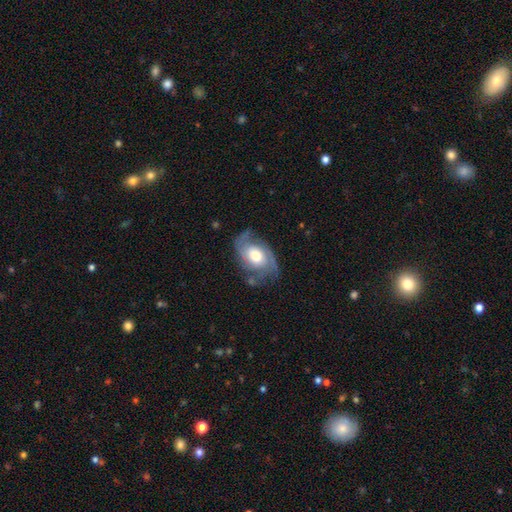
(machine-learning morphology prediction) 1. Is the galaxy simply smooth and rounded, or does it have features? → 76% featured or disk, 18% smooth, 6% star or artifact.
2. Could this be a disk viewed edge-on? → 96% no, 4% yes.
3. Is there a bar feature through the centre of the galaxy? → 67% no, 27% weak, 6% strong.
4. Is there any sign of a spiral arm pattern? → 90% yes, 10% no.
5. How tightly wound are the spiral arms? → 44% medium, 32% tight, 23% loose.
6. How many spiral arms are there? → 69% 2, 14% can't tell, 8% 3, 4% 1, 3% 4, 2% more than 4.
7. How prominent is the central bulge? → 63% moderate, 27% large, 7% small, 2% dominant, 1% none.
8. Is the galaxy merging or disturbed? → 64% none, 22% minor disturbance, 11% major disturbance, 2% merger.